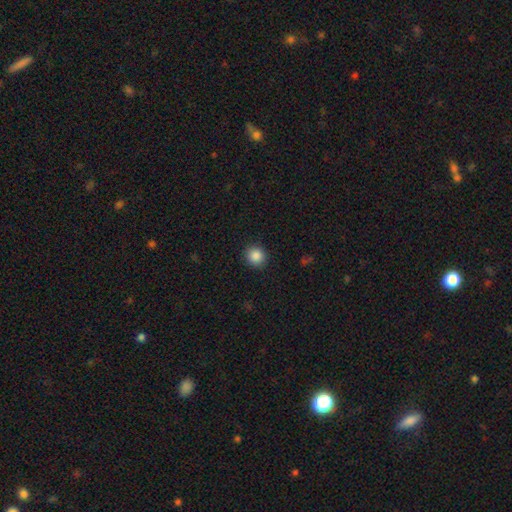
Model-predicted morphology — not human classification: Smooth or featured: smooth — 87% (star or artifact — 10%)
How rounded: round — 91% (in between — 8%)
Merging: none — 91% (minor disturbance — 6%)